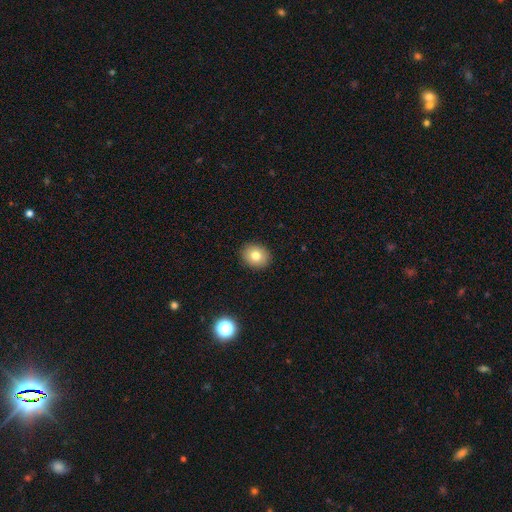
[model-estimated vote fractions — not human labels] A smooth galaxy with no disk features (79%) that is round (63%).

Vote fractions:
- Smooth or featured? smooth: 79% / featured or disk: 11% / star or artifact: 11%
- How rounded? round: 63% / in between: 36% / cigar-shaped: 1%
- Merging? none: 91% / minor disturbance: 6% / major disturbance: 2% / merger: 1%